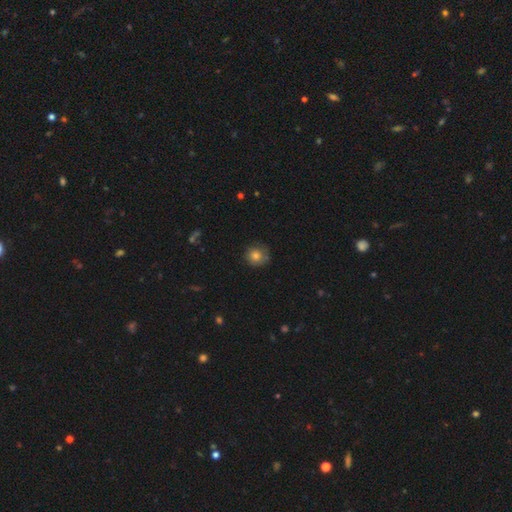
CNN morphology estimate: smooth-or-featured: smooth: 77% | featured or disk: 12% | star or artifact: 11%
  how-rounded: round: 90% | in between: 9% | cigar-shaped: 1%
  merging: none: 73% | minor disturbance: 20% | major disturbance: 5% | merger: 2%